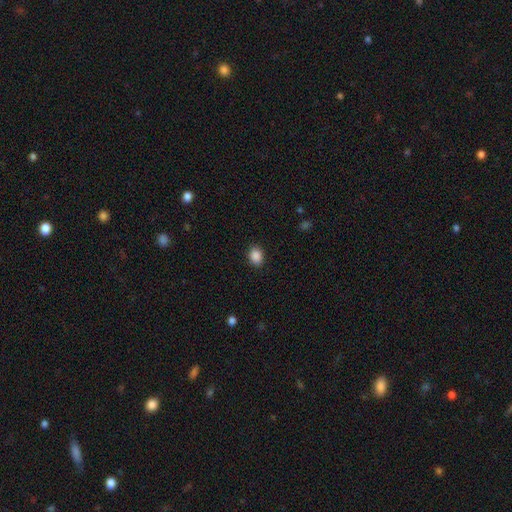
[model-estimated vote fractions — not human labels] Morphology: type=smooth (88%); roundness=in between (57%); merging=none (88%).